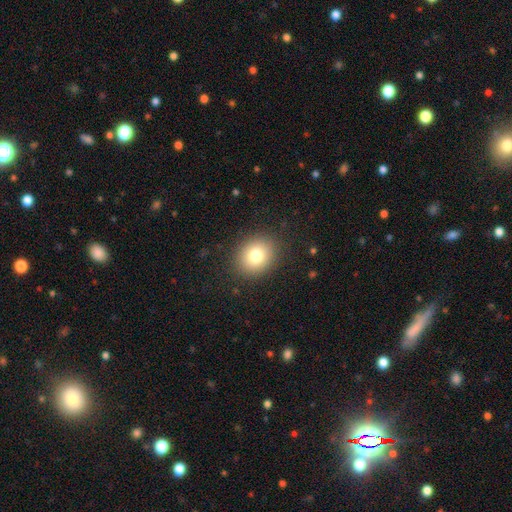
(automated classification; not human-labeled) smooth_or_featured: smooth (p=0.78) [alt: star or artifact p=0.12]
how_rounded: round (p=0.69) [alt: in between p=0.30]
merging: none (p=0.88) [alt: minor disturbance p=0.08]